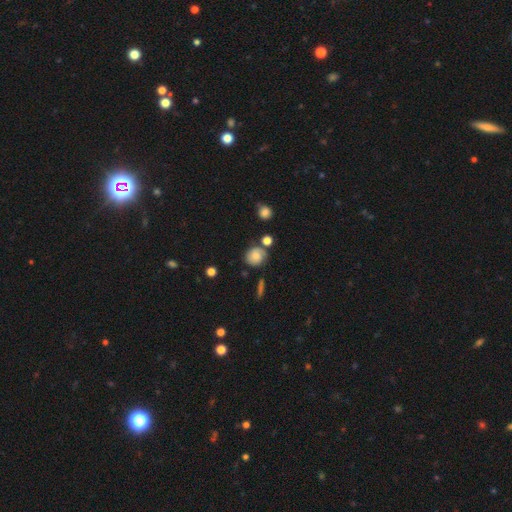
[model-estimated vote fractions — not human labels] Overall: smooth (72%). How rounded: round (83%). Merging: none (71%).